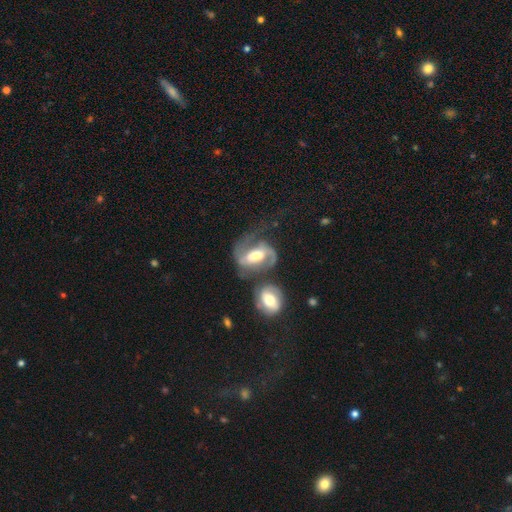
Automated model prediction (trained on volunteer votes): featured or disk 82%, smooth 13%, star or artifact 5%. Down the decision tree: edge-on disk — no (96%); bar — strong (42%); spiral arms — yes (92%); spiral arm count — 2 (82%); spiral winding — medium (50%); bulge size — moderate (57%); merging — merger (35%).